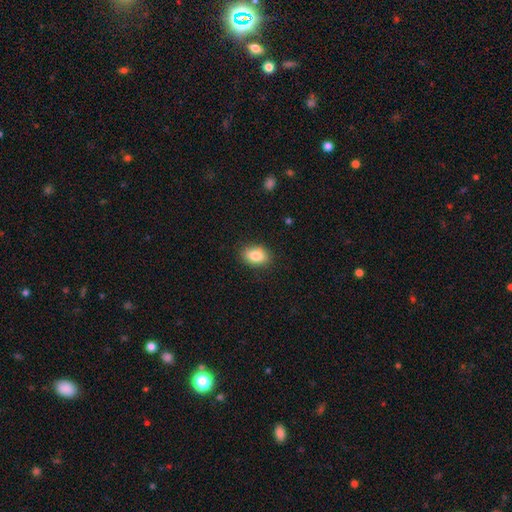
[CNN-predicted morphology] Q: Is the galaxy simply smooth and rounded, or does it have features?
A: smooth — 85%.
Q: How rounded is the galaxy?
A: in between — 83%.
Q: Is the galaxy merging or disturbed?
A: none — 87%.